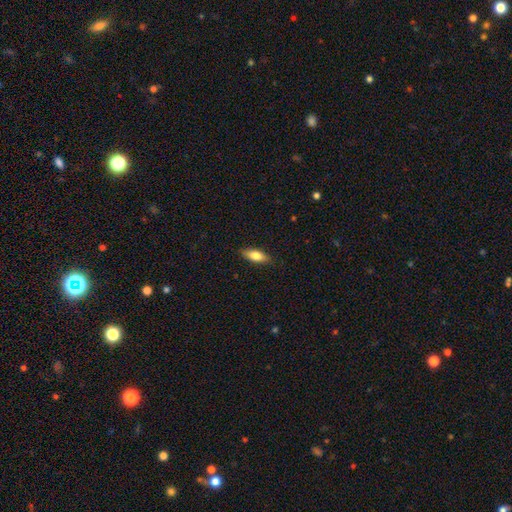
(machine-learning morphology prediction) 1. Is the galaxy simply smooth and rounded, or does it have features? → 78% smooth, 16% featured or disk, 6% star or artifact.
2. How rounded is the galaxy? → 74% in between, 23% cigar-shaped, 3% round.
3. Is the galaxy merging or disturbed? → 87% none, 10% minor disturbance, 2% major disturbance, 1% merger.